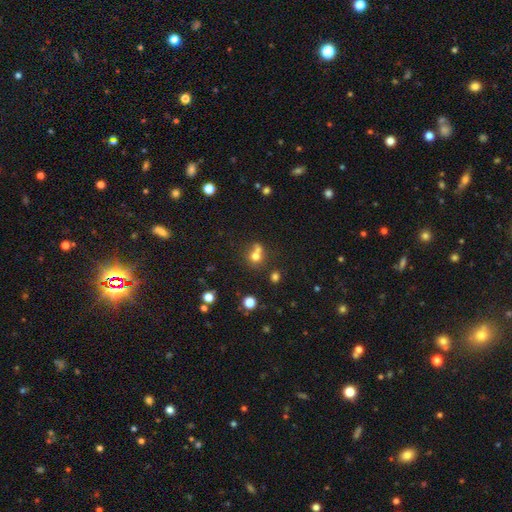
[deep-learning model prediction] Smooth or featured? smooth (67%)
How rounded? round (79%)
Merging? merger (52%)